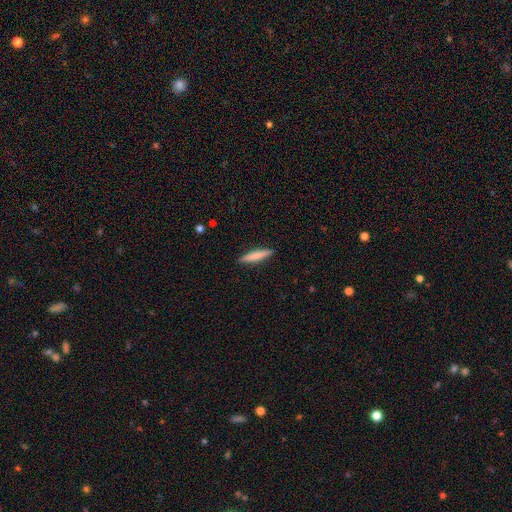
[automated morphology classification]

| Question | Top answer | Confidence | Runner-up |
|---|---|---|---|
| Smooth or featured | smooth | 73% | featured or disk (21%) |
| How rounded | cigar-shaped | 90% | in between (9%) |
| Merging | none | 91% | minor disturbance (6%) |